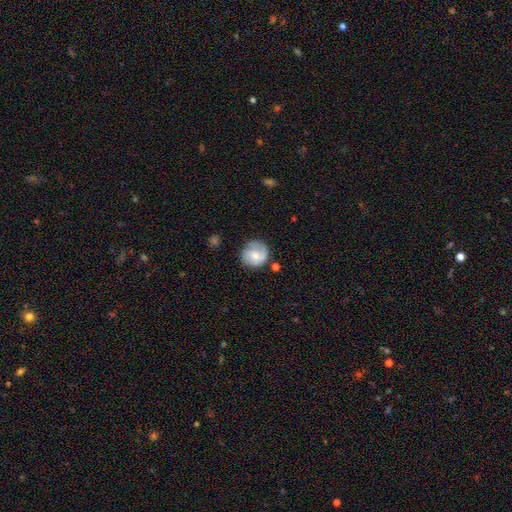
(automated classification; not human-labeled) Smooth or featured? smooth (49%)
Merging? none (68%)